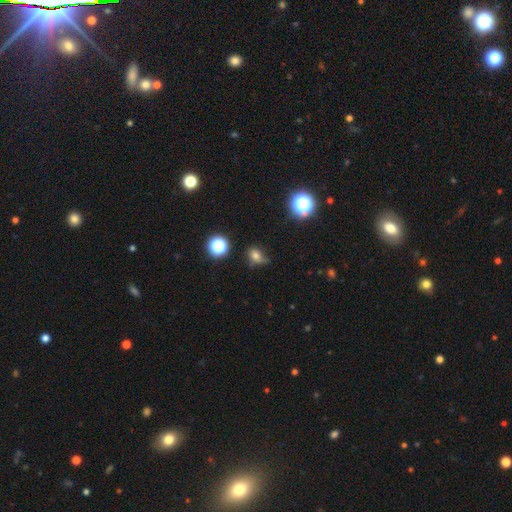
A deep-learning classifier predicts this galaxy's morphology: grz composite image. It shows a smooth galaxy with no disk features (68%) that is round (50%). Merging: none (46%).